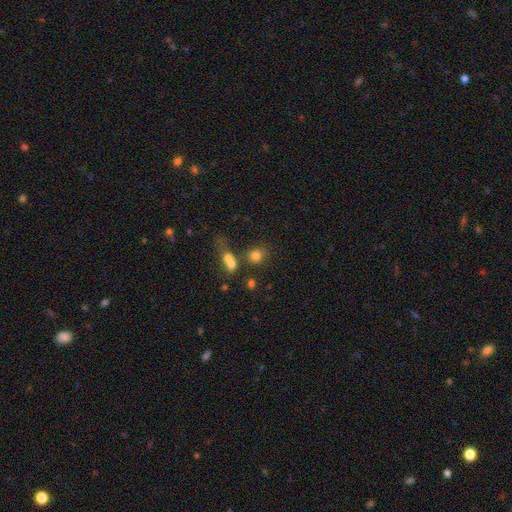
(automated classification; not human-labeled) Smooth or featured? Predicted: smooth (p=0.77). How rounded? Predicted: round (p=0.76). Merging? Predicted: none (p=0.52).